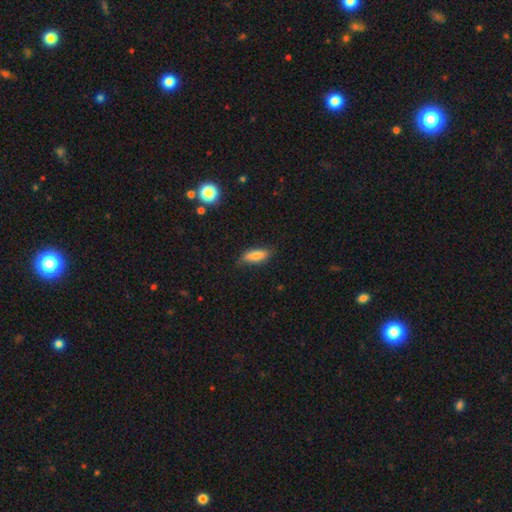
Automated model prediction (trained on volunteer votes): smooth-or-featured: smooth: 79% | featured or disk: 14% | star or artifact: 7%
  how-rounded: in between: 67% | cigar-shaped: 30% | round: 2%
  merging: none: 77% | minor disturbance: 18% | major disturbance: 3% | merger: 1%